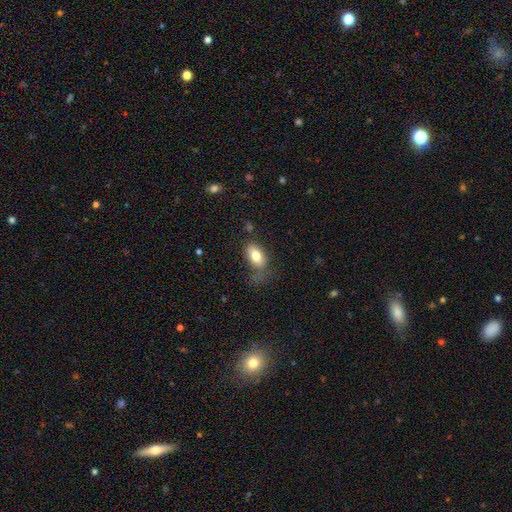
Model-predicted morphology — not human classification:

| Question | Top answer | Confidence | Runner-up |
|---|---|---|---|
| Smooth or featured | smooth | 78% | featured or disk (14%) |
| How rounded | in between | 91% | round (6%) |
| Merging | none | 58% | minor disturbance (25%) |